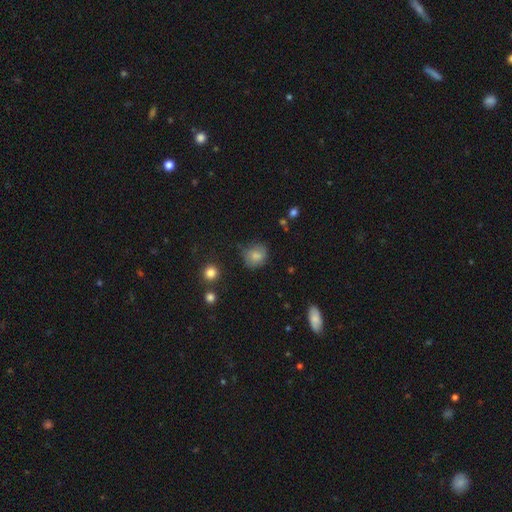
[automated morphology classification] A smooth galaxy with no disk features (79%) that is round (72%).

Vote fractions:
- Smooth or featured? smooth: 79% / featured or disk: 11% / star or artifact: 10%
- How rounded? round: 72% / in between: 27% / cigar-shaped: 1%
- Merging? none: 62% / minor disturbance: 27% / major disturbance: 8% / merger: 3%